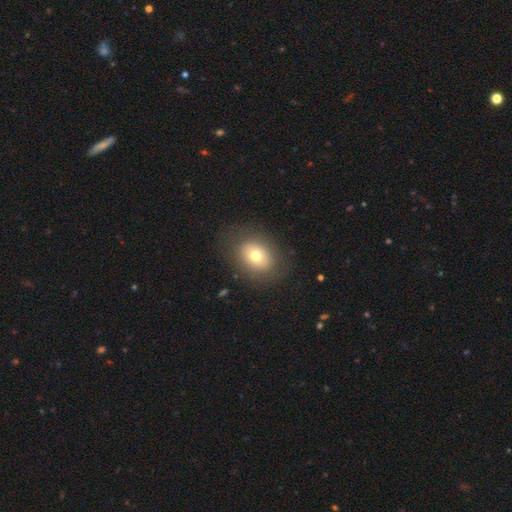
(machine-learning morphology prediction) This is likely a smooth galaxy (71%). How rounded: likely in between (62%). Merging: clearly none (82%).